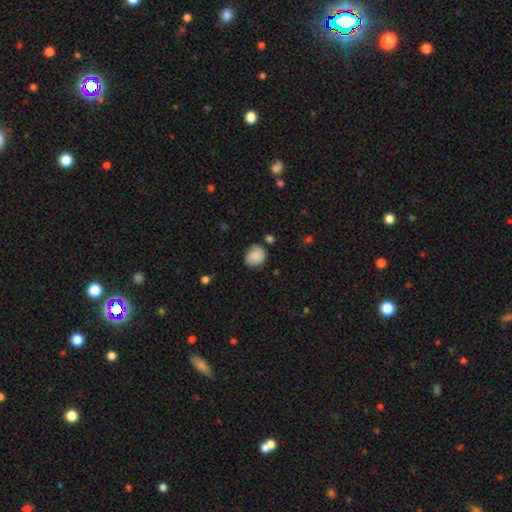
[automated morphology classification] type=smooth (82%); roundness=round (67%); merging=none (69%).